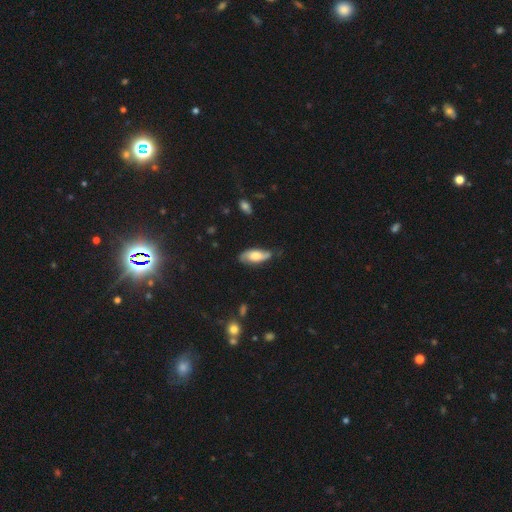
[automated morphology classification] Smooth or featured? smooth (50%)
Merging? none (66%)